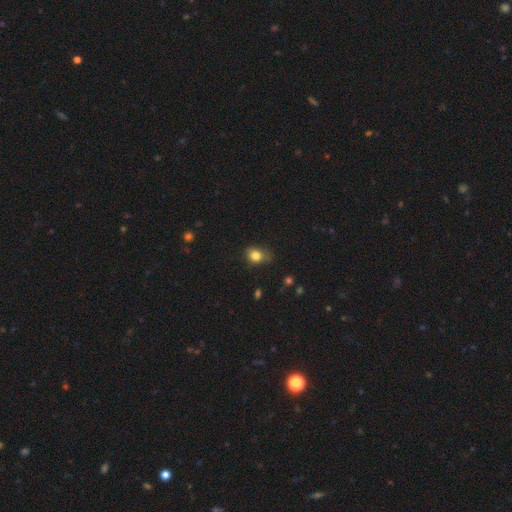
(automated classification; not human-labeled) A smooth galaxy with no disk features (81%) that is in between round and cigar-shaped (55%). Merging: none (59%).